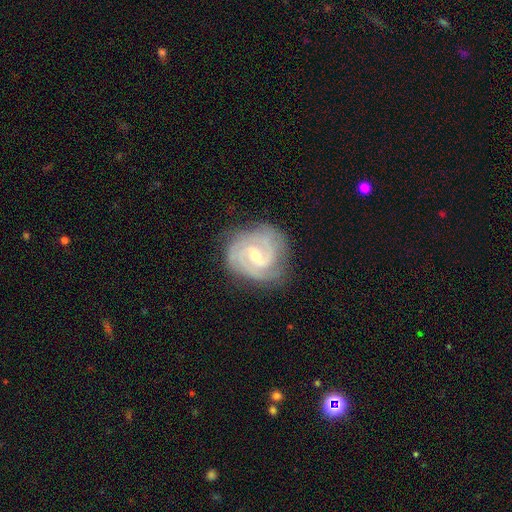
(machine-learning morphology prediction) Overall: featured or disk (90%). Edge-on disk: no (98%). Bar: weak (55%; no 30%). Spiral arms: yes (98%). Spiral arm count: 2 (48%; 3 27%). Spiral winding: tight (64%; medium 31%). Bulge size: small (49%; moderate 47%). Merging: none (78%).